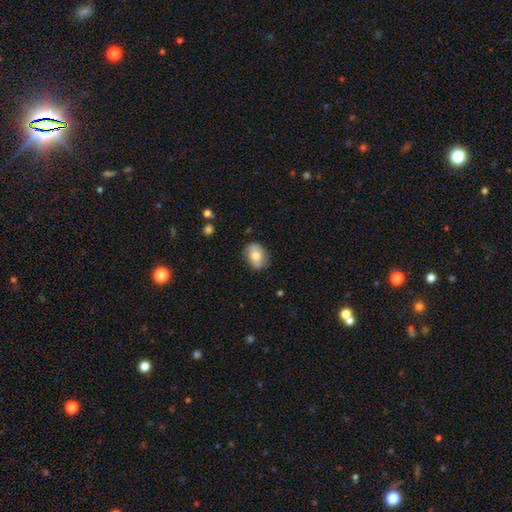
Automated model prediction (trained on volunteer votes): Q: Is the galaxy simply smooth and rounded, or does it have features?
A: smooth — 68%.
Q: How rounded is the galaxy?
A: in between — 71%.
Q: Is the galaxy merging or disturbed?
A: none — 79%.